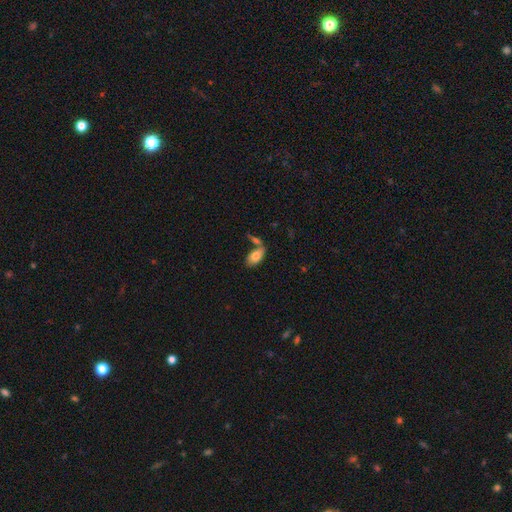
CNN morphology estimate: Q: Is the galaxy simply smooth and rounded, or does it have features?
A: smooth — 78%.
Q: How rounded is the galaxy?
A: in between — 93%.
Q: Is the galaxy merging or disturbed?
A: none — 48%.